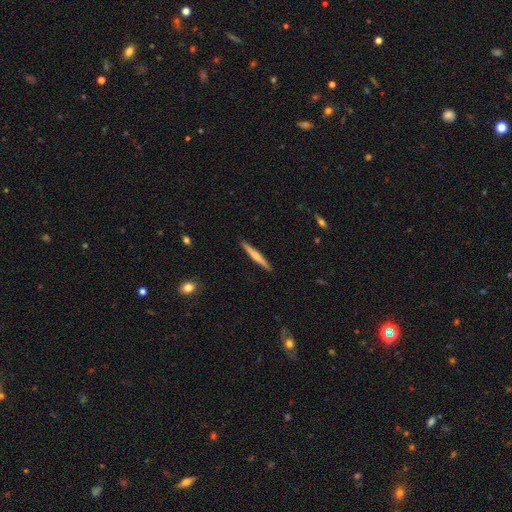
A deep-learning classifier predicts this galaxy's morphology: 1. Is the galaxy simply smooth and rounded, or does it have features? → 55% smooth, 40% featured or disk, 6% star or artifact.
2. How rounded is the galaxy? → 96% cigar-shaped, 3% in between, 1% round.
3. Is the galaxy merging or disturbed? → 91% none, 7% minor disturbance, 1% major disturbance, 1% merger.